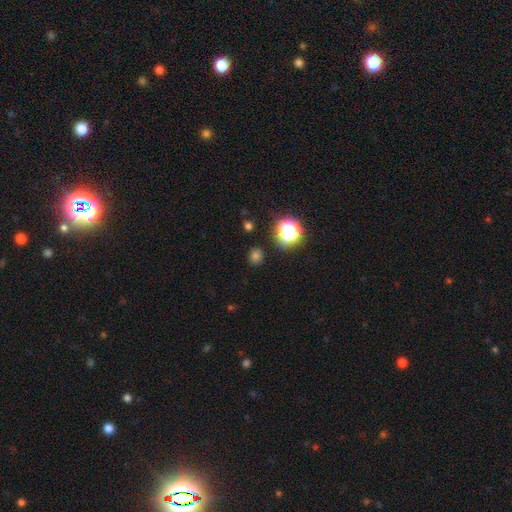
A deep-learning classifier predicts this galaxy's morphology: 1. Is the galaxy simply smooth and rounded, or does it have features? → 71% smooth, 24% star or artifact, 5% featured or disk.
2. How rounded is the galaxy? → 77% round, 22% in between, 1% cigar-shaped.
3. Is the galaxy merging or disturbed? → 85% none, 10% minor disturbance, 3% major disturbance, 2% merger.